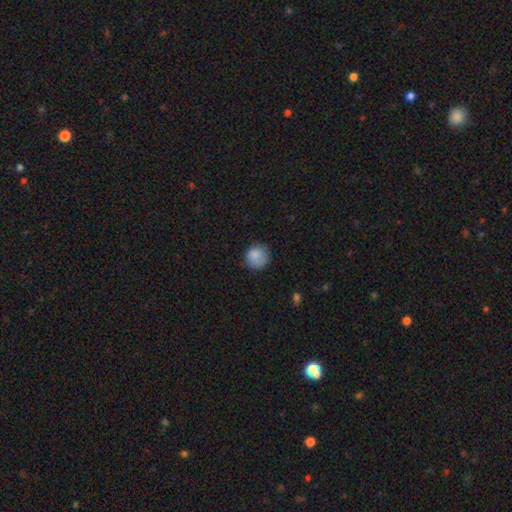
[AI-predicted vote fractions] The model was most divided on "merging": none: 75%, minor disturbance: 19%, major disturbance: 6%, merger: 1%. More confident: how rounded — round (89%); smooth or featured — smooth (85%).